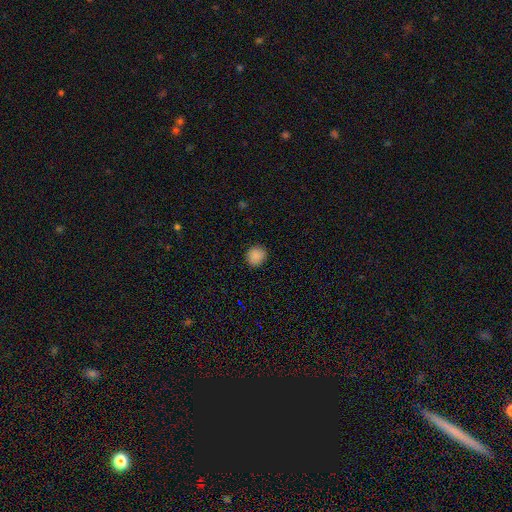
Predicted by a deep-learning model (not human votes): smooth 88%, star or artifact 9%, featured or disk 3%. Down the decision tree: how rounded — round (81%); merging — none (88%).